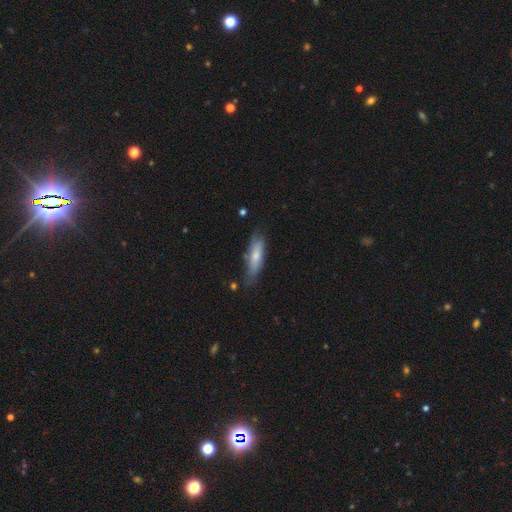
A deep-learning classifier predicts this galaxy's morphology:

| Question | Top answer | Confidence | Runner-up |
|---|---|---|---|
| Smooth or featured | smooth | 66% | featured or disk (28%) |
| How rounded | cigar-shaped | 56% | in between (42%) |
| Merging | none | 66% | minor disturbance (25%) |